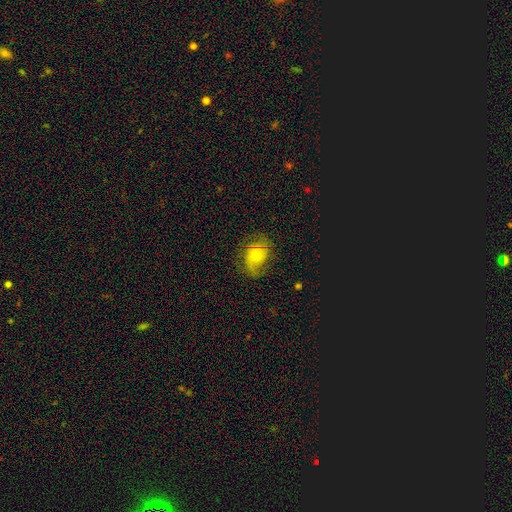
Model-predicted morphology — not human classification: The model was most divided on "smooth or featured": featured or disk: 55%, smooth: 36%, star or artifact: 9%. More confident: edge-on disk — no (97%); spiral arms — yes (87%); bar — no (73%); merging — none (60%); bulge size — small (55%).